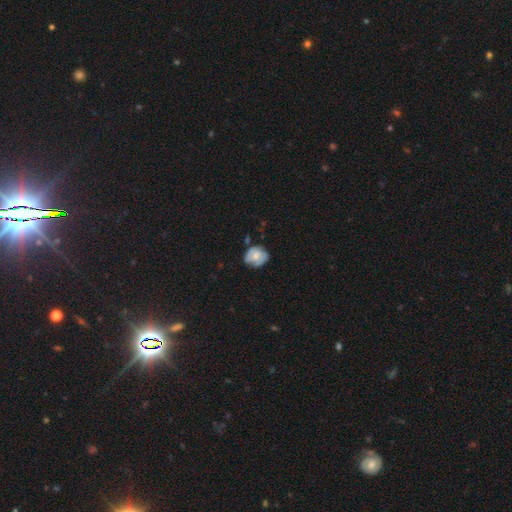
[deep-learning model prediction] smooth-or-featured: smooth: 48% | featured or disk: 45% | star or artifact: 7%
  merging: none: 58% | minor disturbance: 30% | major disturbance: 9% | merger: 3%